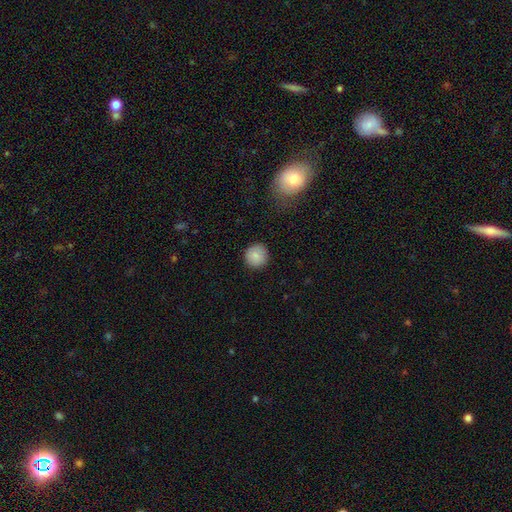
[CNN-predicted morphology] This is clearly a smooth galaxy (86%). How rounded: clearly round (94%). Merging: clearly none (90%).